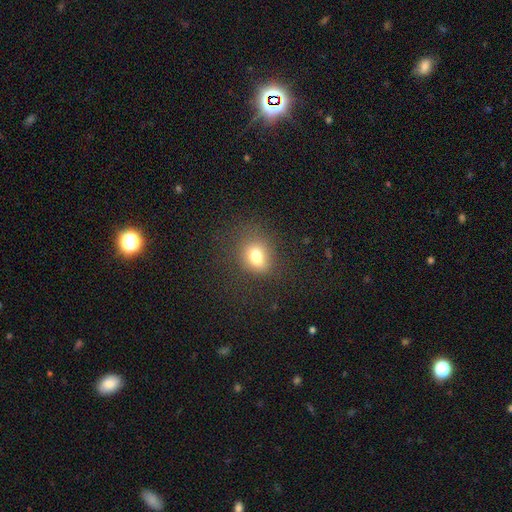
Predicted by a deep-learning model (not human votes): Smooth or featured? smooth (76%)
How rounded? in between (52%)
Merging? none (69%)